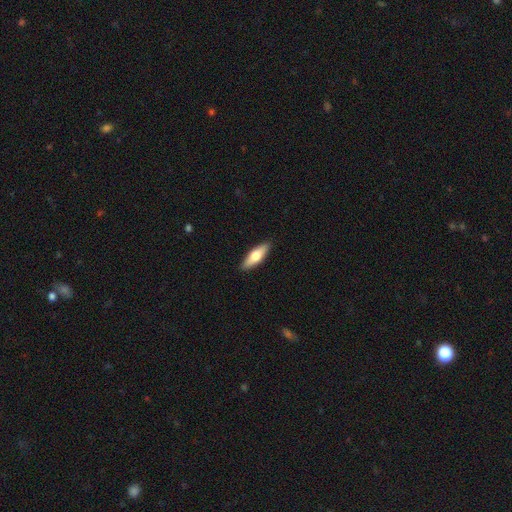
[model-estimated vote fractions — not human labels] smooth_or_featured: smooth (p=0.61) [alt: featured or disk p=0.34]
how_rounded: in between (p=0.53) [alt: cigar-shaped p=0.45]
merging: none (p=0.90) [alt: minor disturbance p=0.07]